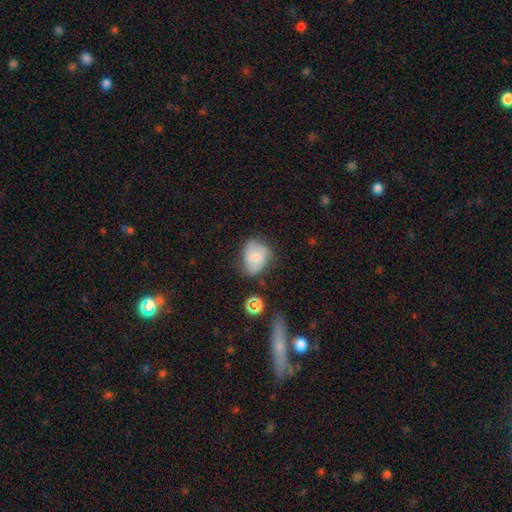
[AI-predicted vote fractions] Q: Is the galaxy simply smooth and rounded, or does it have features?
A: smooth — 58%.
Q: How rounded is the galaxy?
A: in between — 52%.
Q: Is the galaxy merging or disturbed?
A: none — 49%.